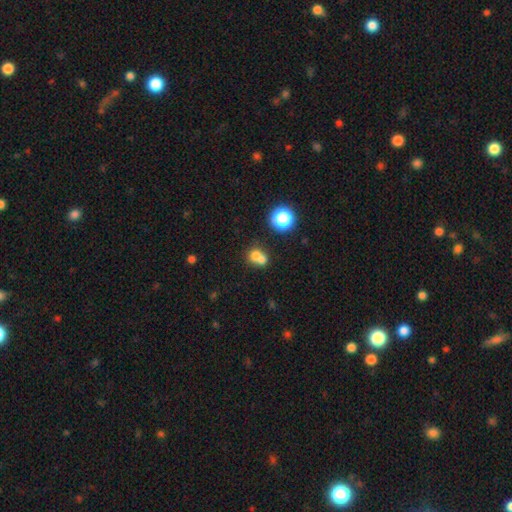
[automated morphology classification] Smooth or featured?
  - smooth: 68% *
  - featured or disk: 18%
  - star or artifact: 15%
How rounded?
  - round: 70% *
  - in between: 29%
  - cigar-shaped: 1%
Merging?
  - merger: 61% *
  - none: 30%
  - minor disturbance: 6%
  - major disturbance: 3%